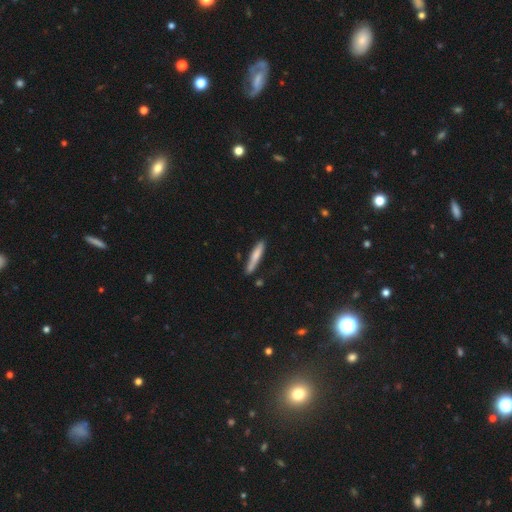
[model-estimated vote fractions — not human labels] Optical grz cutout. It shows a smooth galaxy with no disk features (73%) that is cigar-shaped (92%). Merging: none (79%).